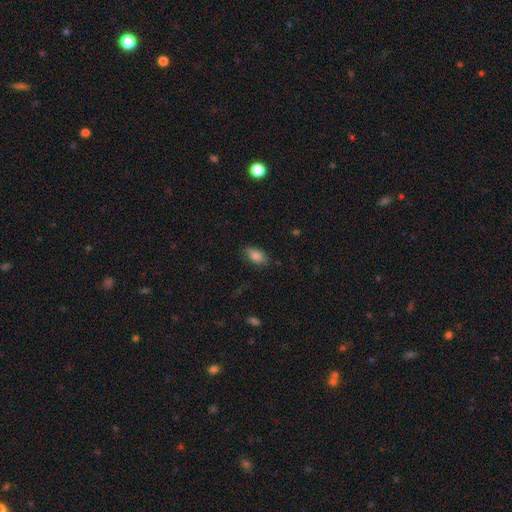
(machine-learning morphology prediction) smooth_or_featured: smooth (p=0.83) [alt: star or artifact p=0.09]
how_rounded: in between (p=0.89) [alt: round p=0.06]
merging: none (p=0.81) [alt: minor disturbance p=0.14]